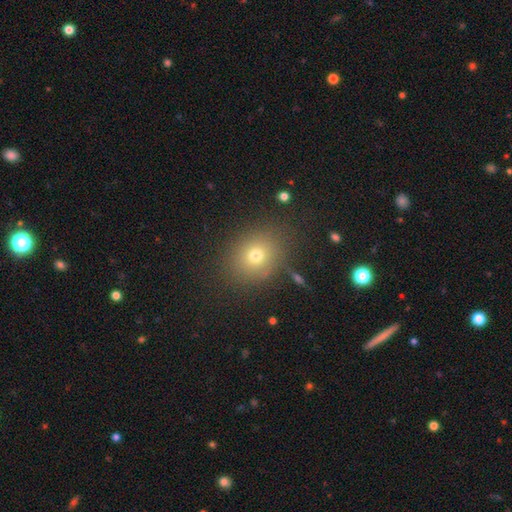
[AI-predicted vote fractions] Smooth or featured?
  - smooth: 70% *
  - star or artifact: 17%
  - featured or disk: 12%
How rounded?
  - round: 64% *
  - in between: 35%
  - cigar-shaped: 1%
Merging?
  - none: 83% *
  - minor disturbance: 11%
  - major disturbance: 4%
  - merger: 2%